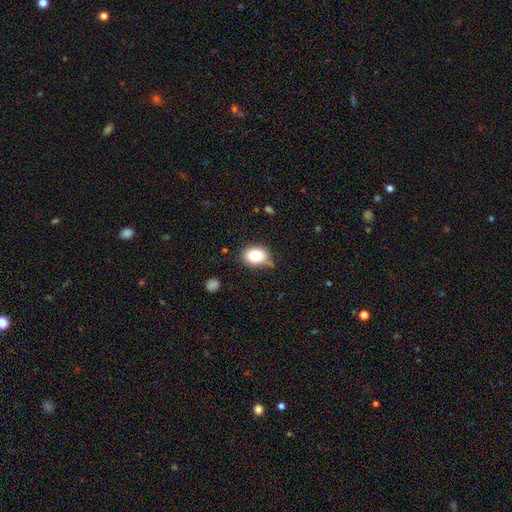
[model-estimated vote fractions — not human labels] Smooth or featured: smooth — 81% (featured or disk — 10%)
How rounded: in between — 60% (round — 39%)
Merging: none — 66% (minor disturbance — 25%)